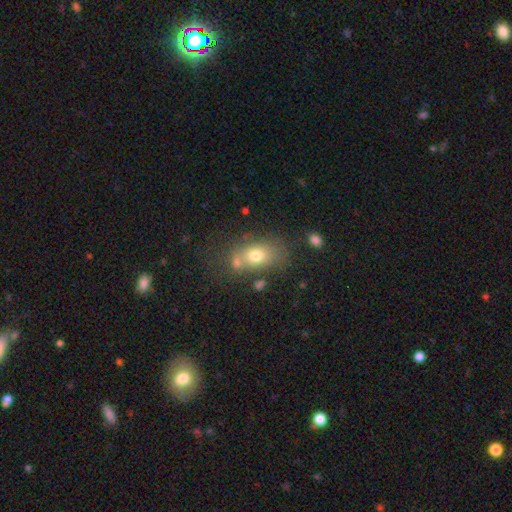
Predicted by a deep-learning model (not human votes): smooth_or_featured: smooth (p=0.71) [alt: featured or disk p=0.18]
how_rounded: in between (p=0.78) [alt: round p=0.20]
merging: none (p=0.55) [alt: merger p=0.21]